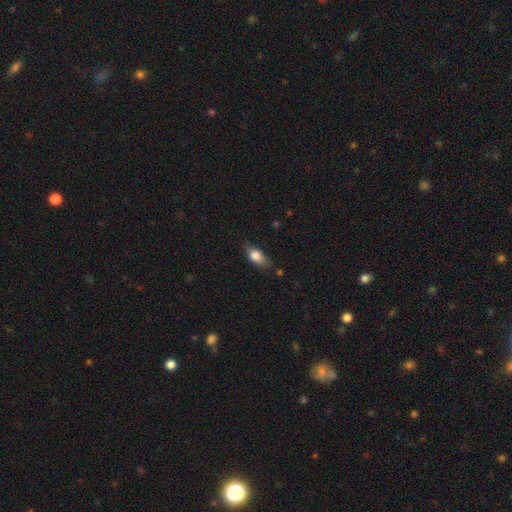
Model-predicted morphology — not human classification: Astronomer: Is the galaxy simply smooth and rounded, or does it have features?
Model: smooth — 80%.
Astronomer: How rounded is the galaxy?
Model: in between — 83%.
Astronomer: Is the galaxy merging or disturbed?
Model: none — 64%.